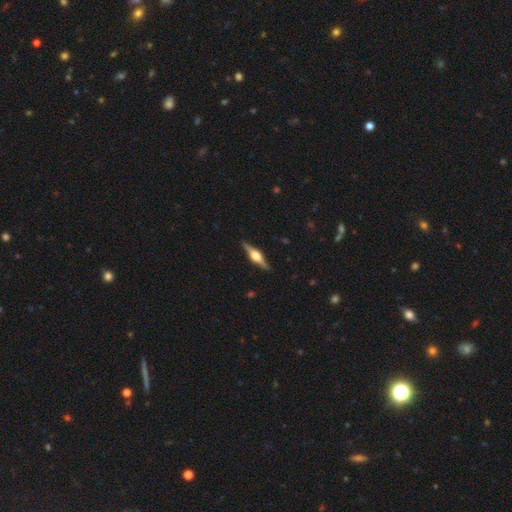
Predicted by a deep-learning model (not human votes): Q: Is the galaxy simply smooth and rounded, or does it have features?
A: featured or disk — 80%.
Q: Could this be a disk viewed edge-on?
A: yes — 98%.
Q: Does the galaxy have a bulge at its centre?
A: rounded — 93%.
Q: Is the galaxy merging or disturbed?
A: none — 91%.